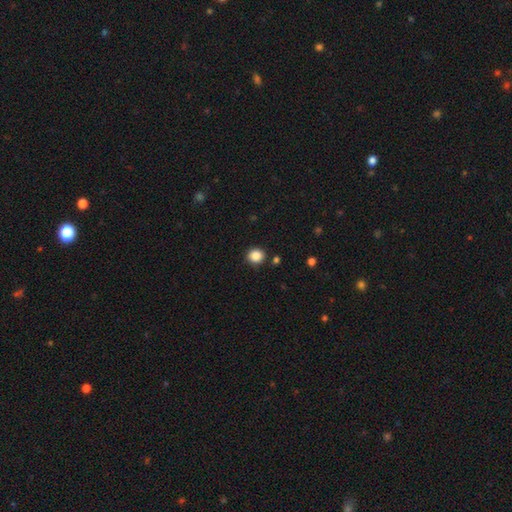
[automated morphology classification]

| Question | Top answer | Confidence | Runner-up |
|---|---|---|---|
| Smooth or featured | smooth | 87% | star or artifact (10%) |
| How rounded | round | 86% | in between (13%) |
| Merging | none | 89% | minor disturbance (6%) |